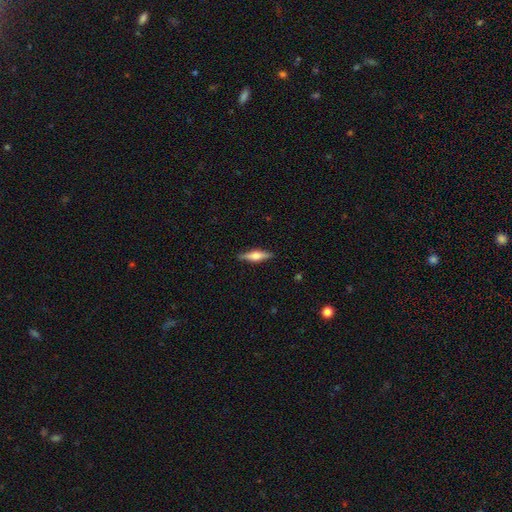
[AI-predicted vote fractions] A featured or disk galaxy (61%) viewed edge-on (97%) with a rounded central bulge (90%).

Vote fractions:
- Smooth or featured? featured or disk: 61% / smooth: 33% / star or artifact: 6%
- Edge-on disk? yes: 97% / no: 3%
- Edge-on bulge? rounded: 90% / boxy: 7% / none: 2%
- Merging? none: 90% / minor disturbance: 7% / major disturbance: 2% / merger: 1%